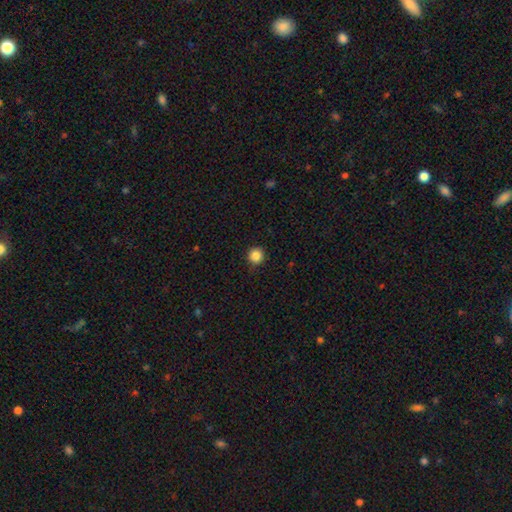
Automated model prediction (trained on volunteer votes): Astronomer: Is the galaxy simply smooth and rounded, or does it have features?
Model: smooth — 85%.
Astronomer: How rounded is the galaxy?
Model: round — 95%.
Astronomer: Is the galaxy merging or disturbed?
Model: none — 90%.